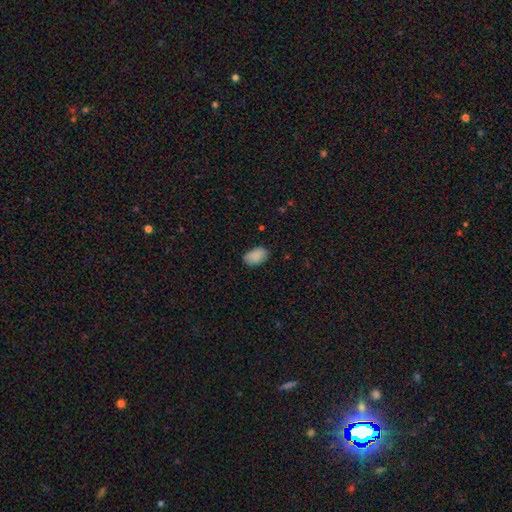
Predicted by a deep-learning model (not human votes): Overall: smooth (89%). How rounded: in between (90%). Merging: none (81%).